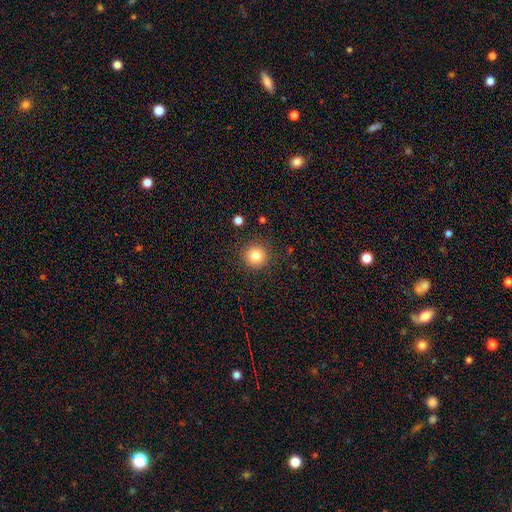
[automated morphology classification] A smooth galaxy with no disk features (83%) that is round (94%). Merging: none (89%).